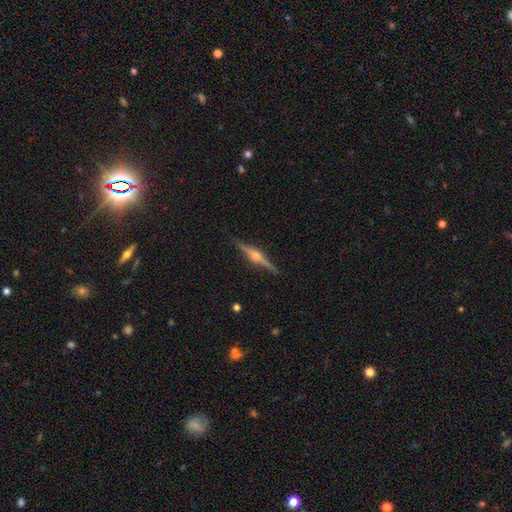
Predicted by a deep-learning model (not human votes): A featured or disk galaxy (84%) viewed edge-on (98%) with a rounded central bulge (92%). Merging: none (91%).